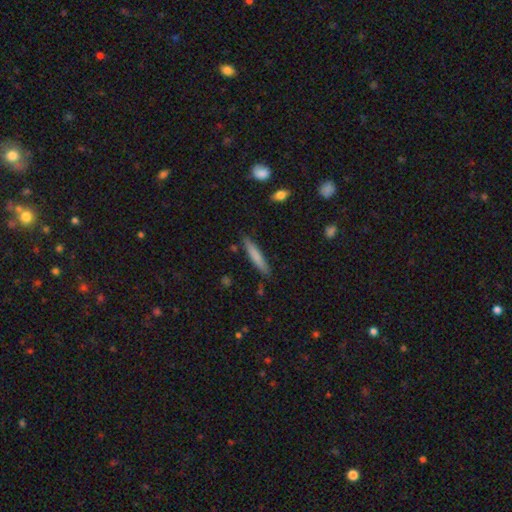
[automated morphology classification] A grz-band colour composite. It shows a smooth galaxy with no disk features (74%) that is cigar-shaped (92%). Merging: none (85%).